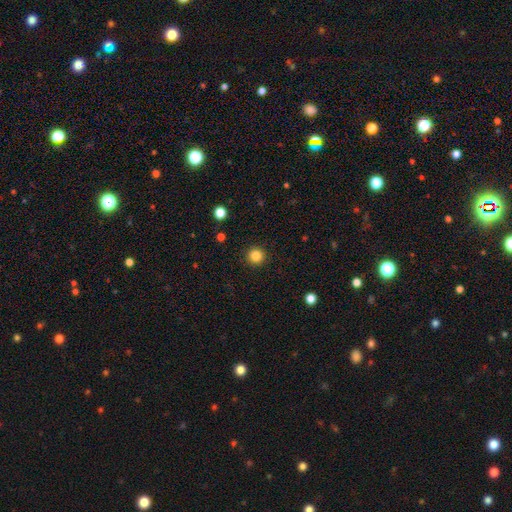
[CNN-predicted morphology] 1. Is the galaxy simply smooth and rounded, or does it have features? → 84% smooth, 12% star or artifact, 4% featured or disk.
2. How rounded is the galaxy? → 95% round, 4% in between, 1% cigar-shaped.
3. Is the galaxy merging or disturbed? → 92% none, 5% minor disturbance, 2% major disturbance, 1% merger.